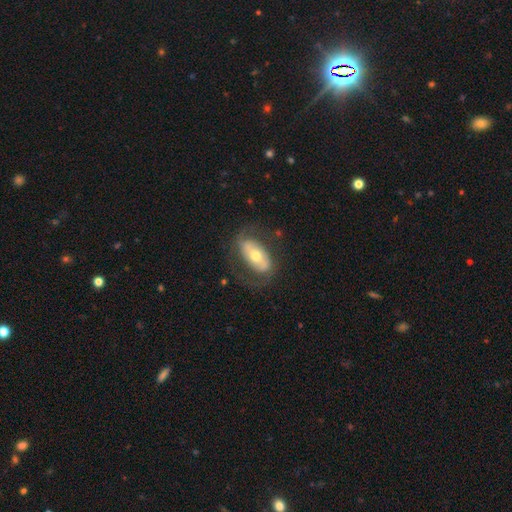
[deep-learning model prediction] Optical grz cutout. It shows a featured or disk galaxy (56%). Merging: none (67%).